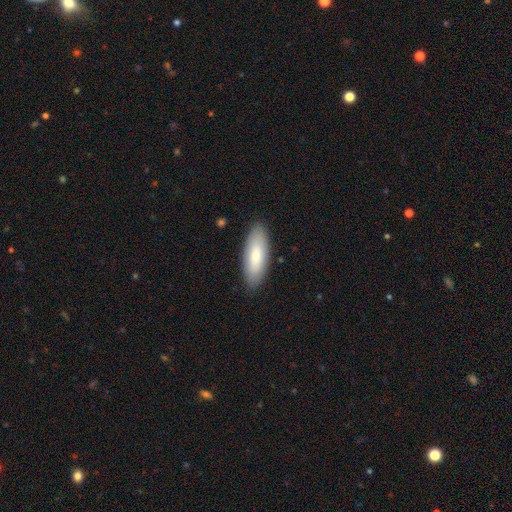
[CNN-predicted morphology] This is likely a smooth galaxy (77%). How rounded: likely in between (71%). Merging: clearly none (88%).